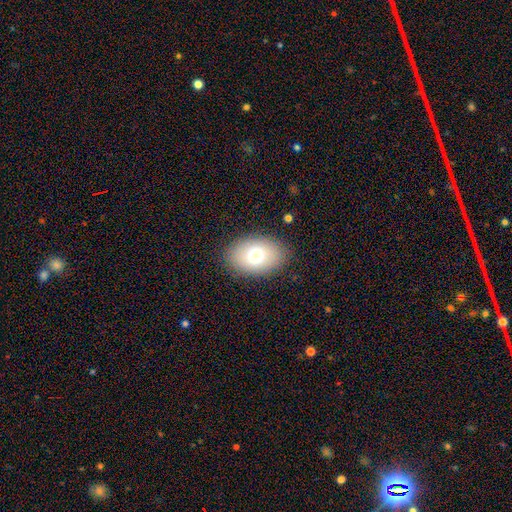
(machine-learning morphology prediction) type=smooth (74%); roundness=in between (84%); merging=none (86%).